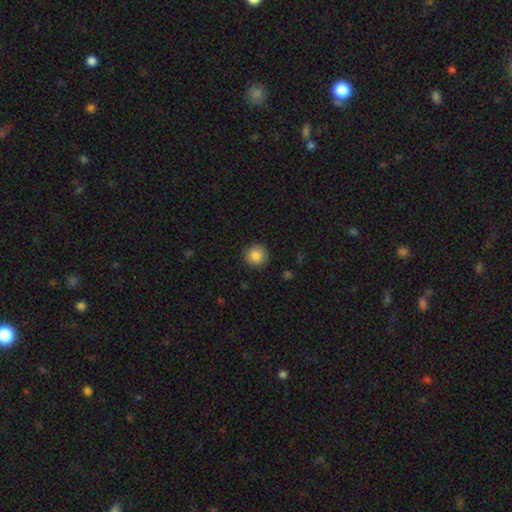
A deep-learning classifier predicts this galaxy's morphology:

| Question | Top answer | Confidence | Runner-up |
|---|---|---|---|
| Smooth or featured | smooth | 85% | star or artifact (9%) |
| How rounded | round | 95% | in between (4%) |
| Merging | none | 91% | minor disturbance (6%) |